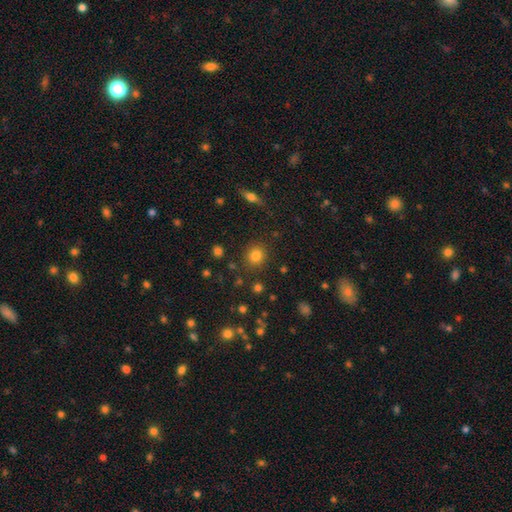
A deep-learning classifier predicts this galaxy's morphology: Overall: smooth (81%). How rounded: round (87%). Merging: none (88%).